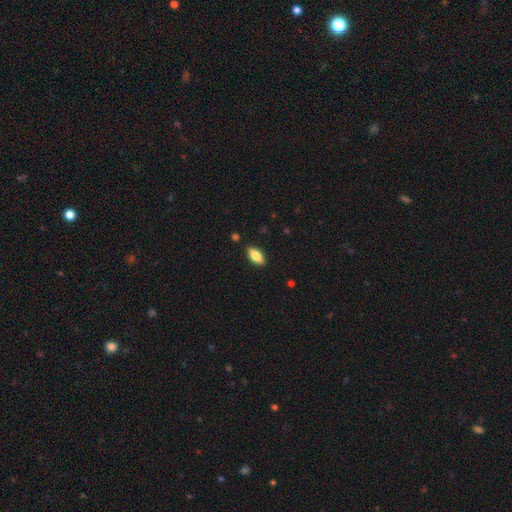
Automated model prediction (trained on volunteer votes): Overall: smooth (79%). How rounded: in between (86%). Merging: none (88%).